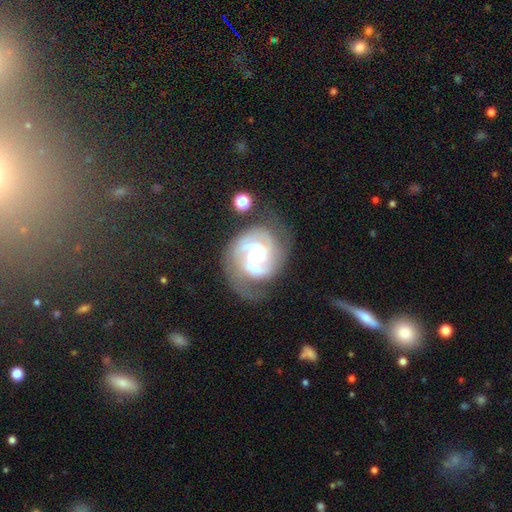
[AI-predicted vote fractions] Smooth or featured?
  - featured or disk: 87% *
  - smooth: 7%
  - star or artifact: 5%
Edge-on disk?
  - no: 98% *
  - yes: 2%
Bar?
  - no: 62% *
  - weak: 30%
  - strong: 8%
Spiral arms?
  - yes: 97% *
  - no: 3%
Spiral winding?
  - tight: 58% *
  - medium: 35%
  - loose: 7%
Spiral arm count?
  - 3: 39% *
  - 2: 31%
  - can't tell: 14%
  - 4: 8%
  - 1: 4%
  - more than 4: 4%
Bulge size?
  - small: 52% *
  - moderate: 37%
  - large: 6%
  - none: 4%
  - dominant: 1%
Merging?
  - none: 61% *
  - minor disturbance: 21%
  - major disturbance: 14%
  - merger: 4%